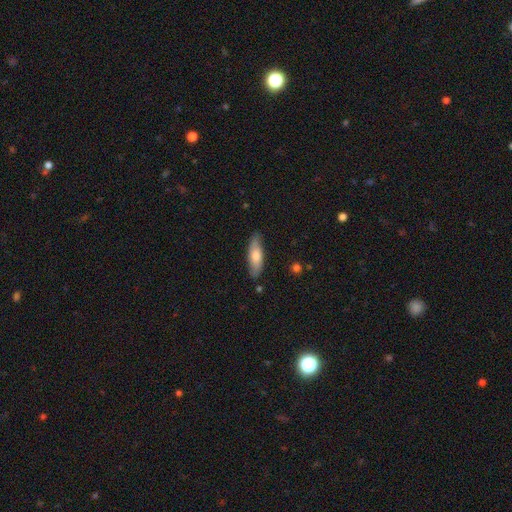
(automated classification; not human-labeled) A smooth galaxy with no disk features (64%) that is cigar-shaped (51%).

Vote fractions:
- Smooth or featured? smooth: 64% / featured or disk: 30% / star or artifact: 6%
- How rounded? cigar-shaped: 51% / in between: 47% / round: 2%
- Merging? none: 84% / minor disturbance: 13% / major disturbance: 2% / merger: 2%